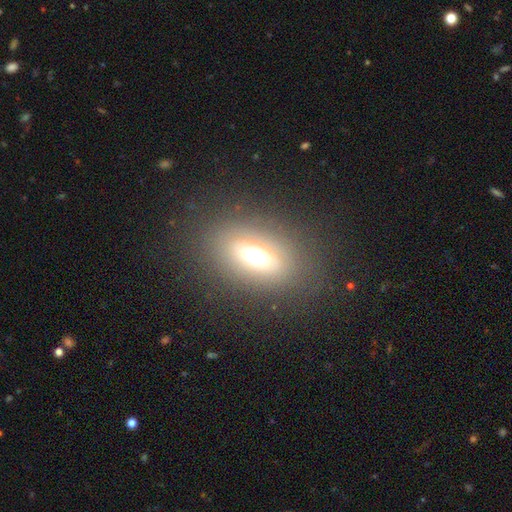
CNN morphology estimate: A smooth galaxy with no disk features (56%) that is in between round and cigar-shaped (79%).

Vote fractions:
- Smooth or featured? smooth: 56% / featured or disk: 28% / star or artifact: 16%
- How rounded? in between: 79% / round: 14% / cigar-shaped: 7%
- Merging? none: 80% / minor disturbance: 11% / major disturbance: 7% / merger: 2%